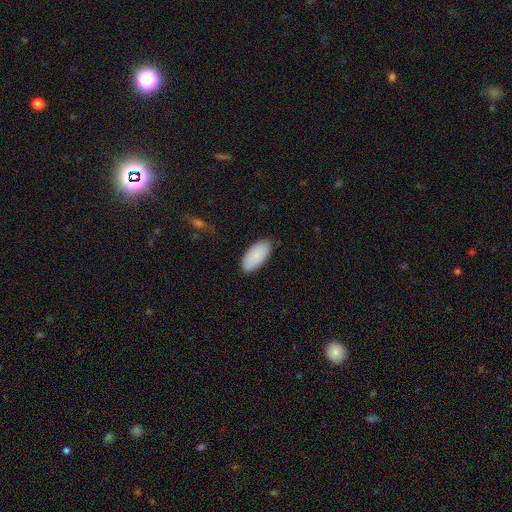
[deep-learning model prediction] Smooth or featured? Predicted: smooth (p=0.86). How rounded? Predicted: in between (p=0.94). Merging? Predicted: none (p=0.84).